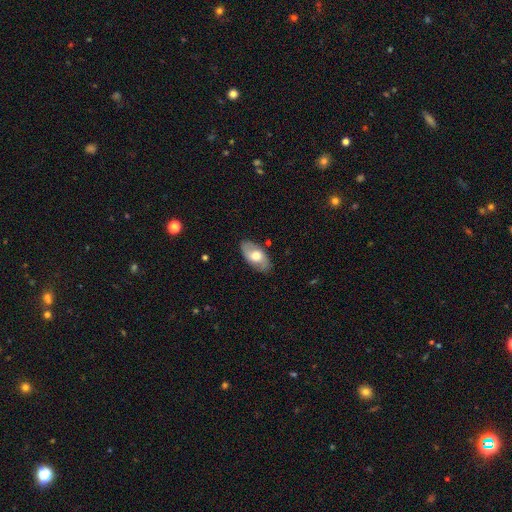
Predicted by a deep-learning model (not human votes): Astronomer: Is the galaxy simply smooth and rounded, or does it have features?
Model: smooth — 55% (runner-up: featured or disk, 39%).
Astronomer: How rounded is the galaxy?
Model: in between — 93%.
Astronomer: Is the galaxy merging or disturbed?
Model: none — 82%.